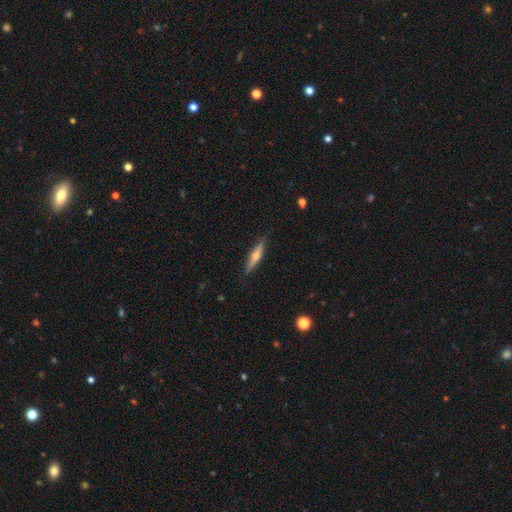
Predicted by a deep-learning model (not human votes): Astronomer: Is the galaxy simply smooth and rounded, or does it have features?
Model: featured or disk — 59% (runner-up: smooth, 35%).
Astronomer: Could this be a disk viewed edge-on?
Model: yes — 95%.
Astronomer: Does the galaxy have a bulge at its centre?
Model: rounded — 88%.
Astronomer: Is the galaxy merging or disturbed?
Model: none — 88%.